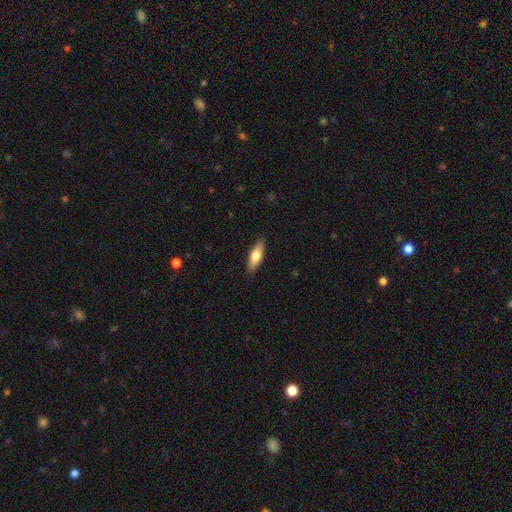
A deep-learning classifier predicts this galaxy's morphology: Smooth or featured?
  - smooth: 68% *
  - featured or disk: 26%
  - star or artifact: 6%
How rounded?
  - in between: 53% *
  - cigar-shaped: 45%
  - round: 2%
Merging?
  - none: 88% *
  - minor disturbance: 9%
  - major disturbance: 2%
  - merger: 1%